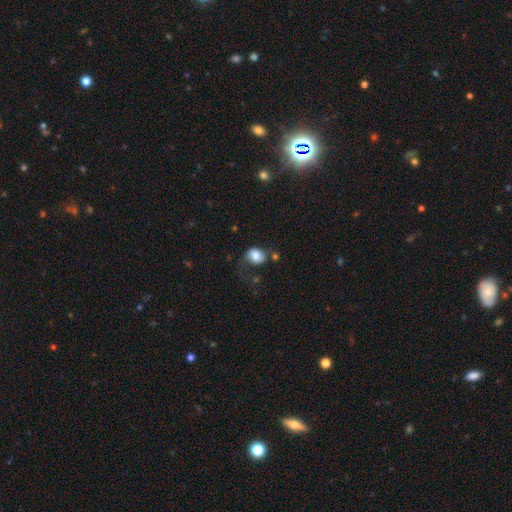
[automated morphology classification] Smooth or featured?
  - smooth: 73% *
  - featured or disk: 18%
  - star or artifact: 8%
How rounded?
  - round: 51% *
  - in between: 48%
  - cigar-shaped: 1%
Merging?
  - none: 38% *
  - major disturbance: 30%
  - minor disturbance: 25%
  - merger: 7%